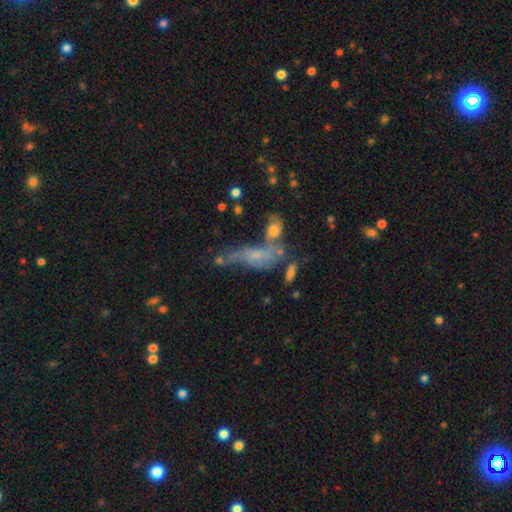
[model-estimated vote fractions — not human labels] smooth_or_featured: featured or disk (p=0.43) [alt: smooth p=0.42]
merging: merger (p=0.36) [alt: none p=0.24]